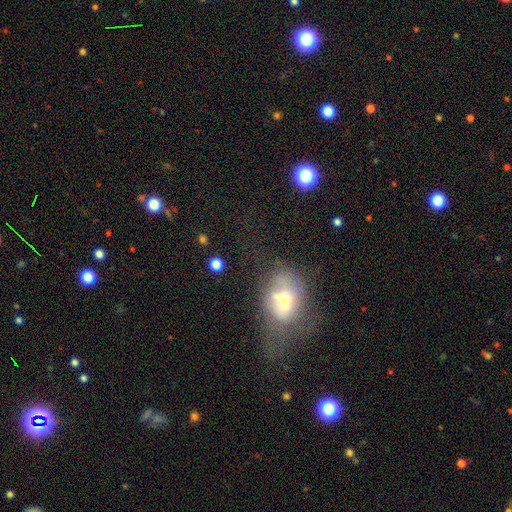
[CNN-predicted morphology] Smooth or featured? smooth (54%)
How rounded? in between (67%)
Merging? none (42%)